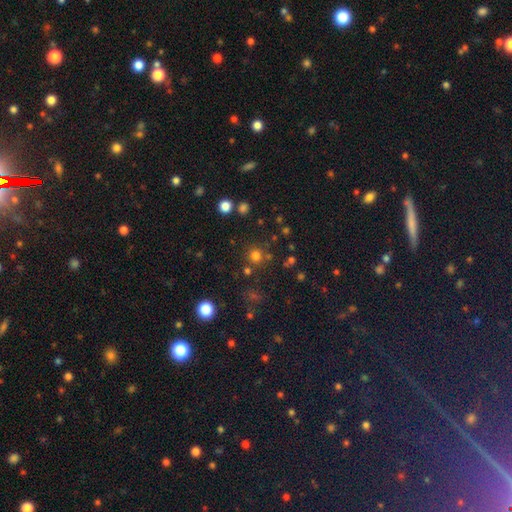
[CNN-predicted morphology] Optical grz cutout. It shows a smooth galaxy with no disk features (75%) that is round (92%). Merging: none (80%).